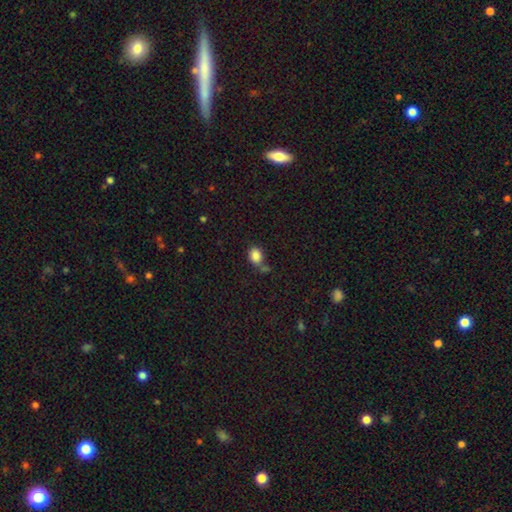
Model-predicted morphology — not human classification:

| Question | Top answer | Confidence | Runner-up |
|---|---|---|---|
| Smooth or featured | smooth | 85% | star or artifact (10%) |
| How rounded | in between | 57% | round (42%) |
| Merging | none | 59% | merger (18%) |